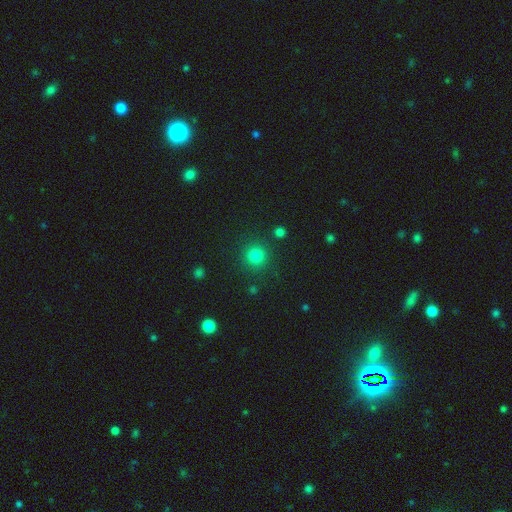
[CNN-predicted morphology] Overall: smooth (81%). How rounded: round (93%). Merging: none (88%).